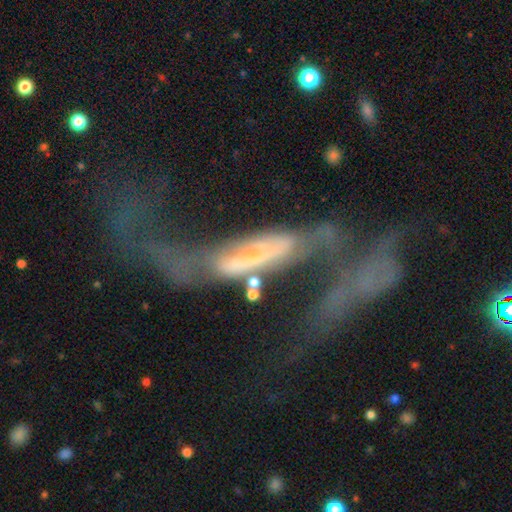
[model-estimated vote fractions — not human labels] Morphology: type=featured or disk (67%); edge-on=no (62%); merging=major disturbance (40%).